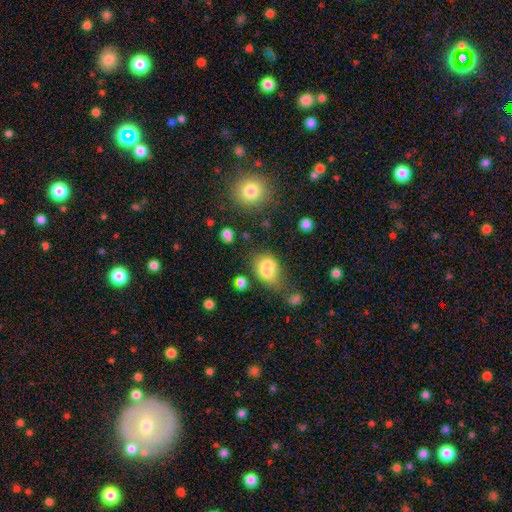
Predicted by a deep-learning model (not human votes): smooth_or_featured: smooth (p=0.43) [alt: star or artifact p=0.38]
merging: none (p=0.83) [alt: minor disturbance p=0.09]